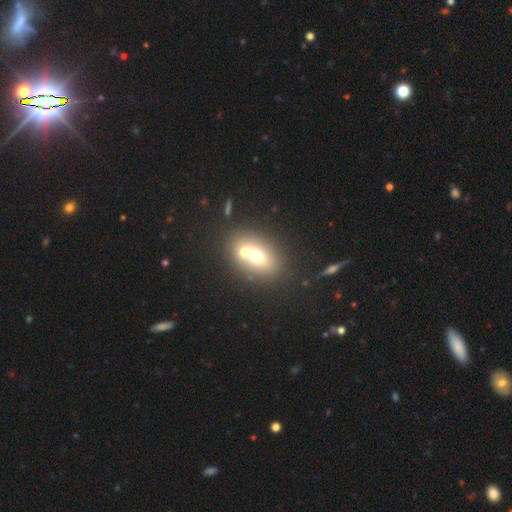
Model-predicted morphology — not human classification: This is likely a smooth galaxy (64%). How rounded: likely in between (65%). Merging: possibly merger (53%).